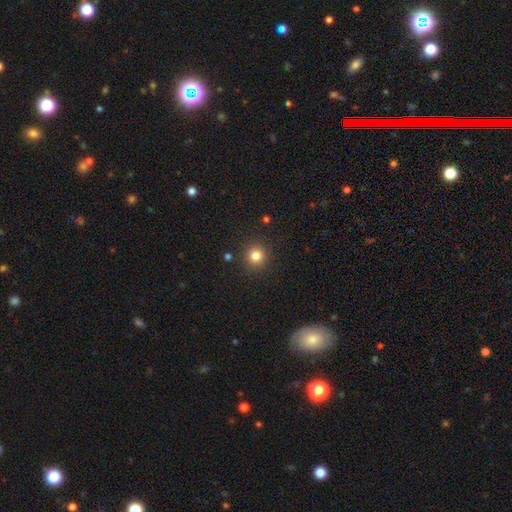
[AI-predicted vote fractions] A smooth galaxy with no disk features (82%) that is round (93%). Merging: none (89%).